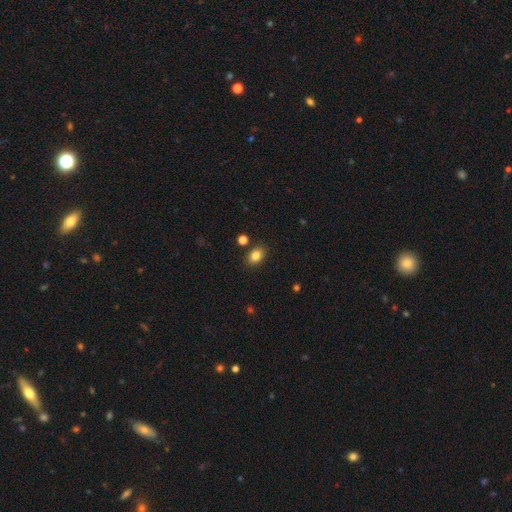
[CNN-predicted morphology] This appears to be a smooth galaxy with no disk features (84%) that is in between round and cigar-shaped (73%). Merging: none (84%).